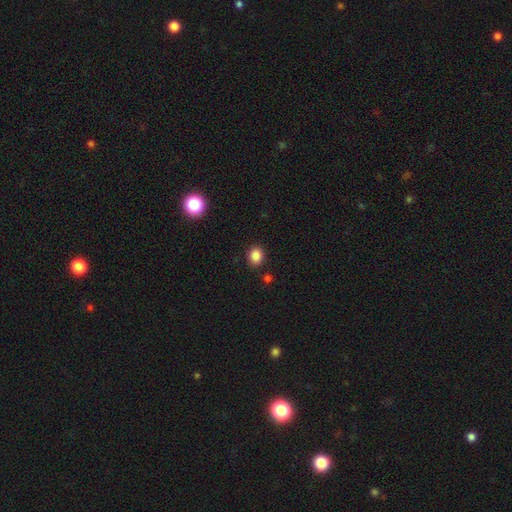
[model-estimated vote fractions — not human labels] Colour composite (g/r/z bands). It shows a smooth galaxy with no disk features (86%) that is round (60%). Merging: none (87%).